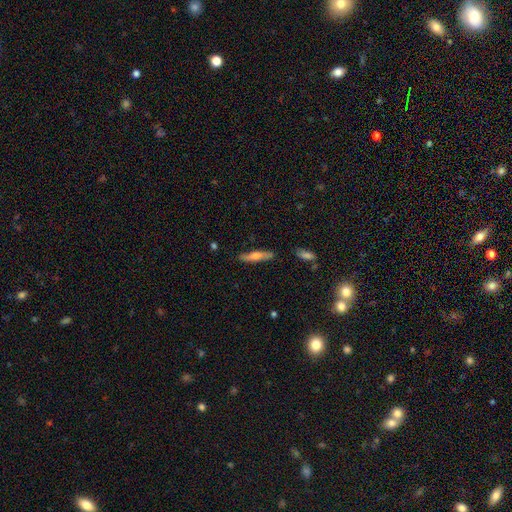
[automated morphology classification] Q: Smooth or featured?
A: smooth (51%); runner-up: featured or disk (42%)
Q: How rounded?
A: cigar-shaped (84%); runner-up: in between (14%)
Q: Merging?
A: none (83%); runner-up: minor disturbance (12%)